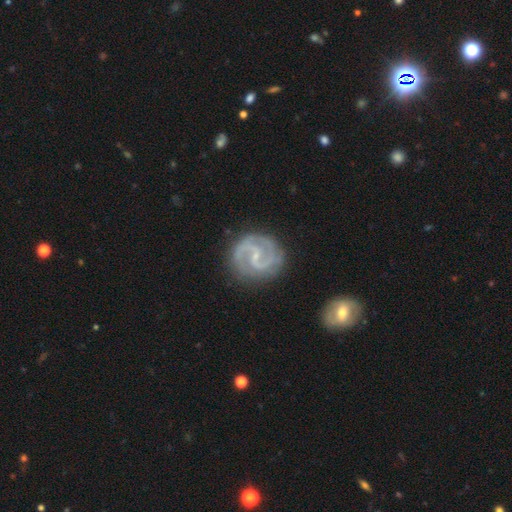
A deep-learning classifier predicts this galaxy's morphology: This appears to be a featured or disk galaxy (91%) with a weak bar (51%), 2 (89%) medium (55%) spiral arms (98%) and a small central bulge (75%). Merging: none (81%).